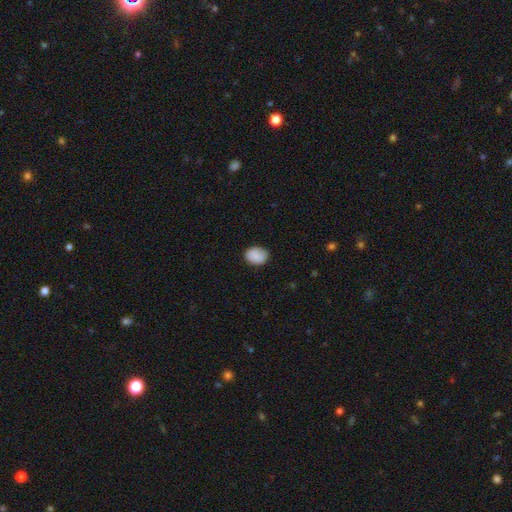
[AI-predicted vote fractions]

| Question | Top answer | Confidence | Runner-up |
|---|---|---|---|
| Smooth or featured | smooth | 87% | star or artifact (7%) |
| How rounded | in between | 59% | round (40%) |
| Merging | none | 83% | minor disturbance (14%) |